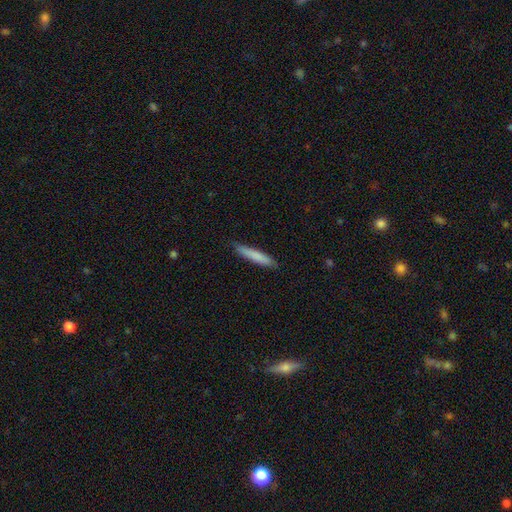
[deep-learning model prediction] smooth-or-featured: smooth: 81% | featured or disk: 14% | star or artifact: 5%
  how-rounded: cigar-shaped: 92% | in between: 7% | round: 1%
  merging: none: 88% | minor disturbance: 10% | major disturbance: 2% | merger: 1%